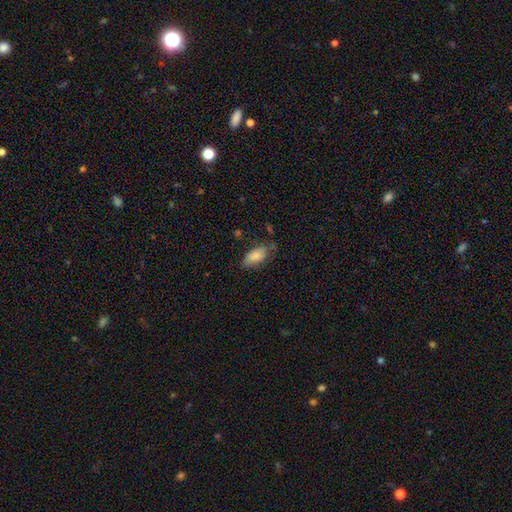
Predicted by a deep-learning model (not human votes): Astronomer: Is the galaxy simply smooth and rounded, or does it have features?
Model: smooth — 80%.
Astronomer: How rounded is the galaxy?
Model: in between — 91%.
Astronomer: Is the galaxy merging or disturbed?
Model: none — 65%.